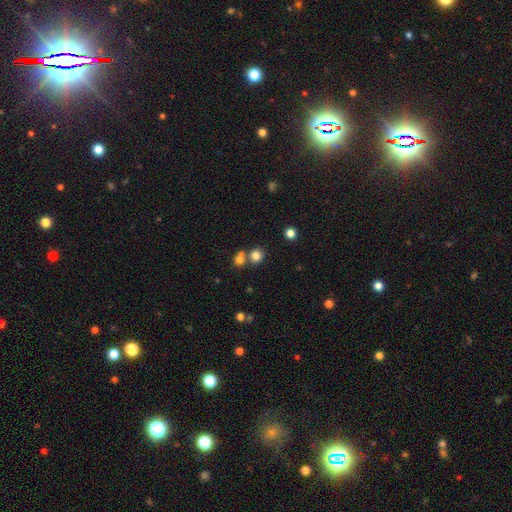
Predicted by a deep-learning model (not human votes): smooth_or_featured: smooth (p=0.79) [alt: star or artifact p=0.13]
how_rounded: round (p=0.86) [alt: in between p=0.14]
merging: none (p=0.59) [alt: merger p=0.32]